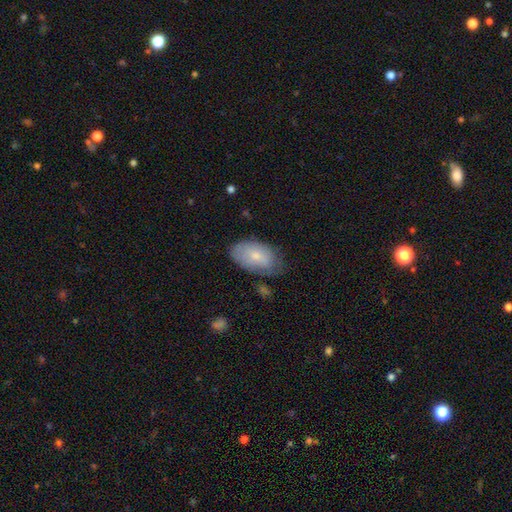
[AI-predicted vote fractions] Smooth or featured?
  - smooth: 68% *
  - featured or disk: 24%
  - star or artifact: 7%
How rounded?
  - in between: 94% *
  - round: 5%
  - cigar-shaped: 2%
Merging?
  - none: 64% *
  - minor disturbance: 27%
  - major disturbance: 6%
  - merger: 3%